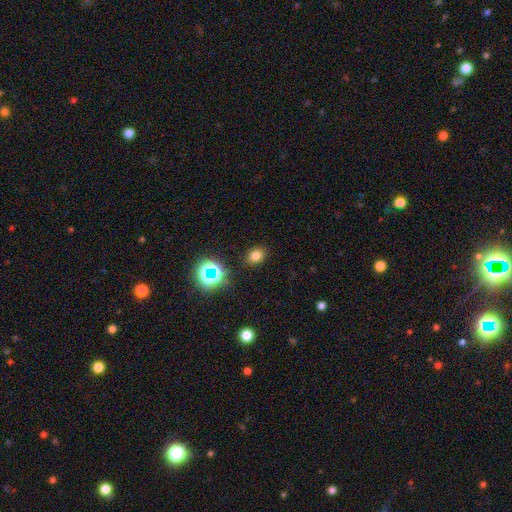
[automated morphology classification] A smooth galaxy with no disk features (75%) that is in between round and cigar-shaped (57%). Merging: none (87%).